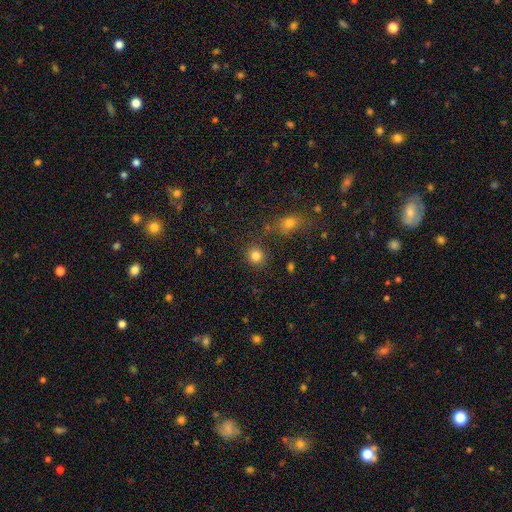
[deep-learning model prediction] Smooth or featured? Predicted: smooth (p=0.84). How rounded? Predicted: round (p=0.88). Merging? Predicted: none (p=0.83).